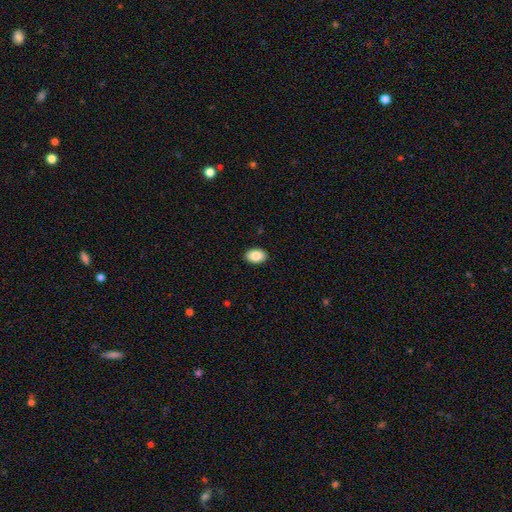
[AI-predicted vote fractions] This is clearly a smooth galaxy (88%). How rounded: clearly in between (87%). Merging: clearly none (91%).